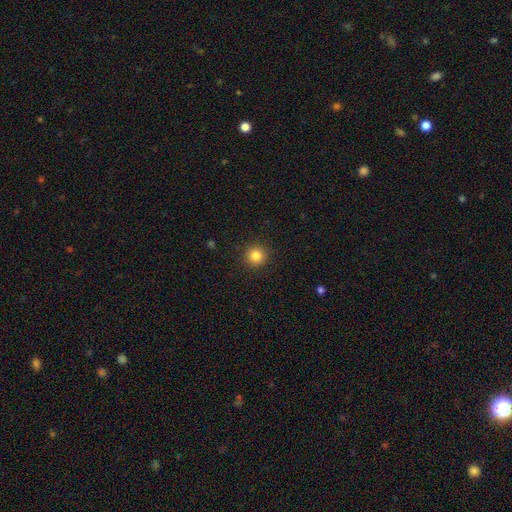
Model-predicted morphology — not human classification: A smooth galaxy with no disk features (84%) that is round (95%).

Vote fractions:
- Smooth or featured? smooth: 84% / star or artifact: 11% / featured or disk: 5%
- How rounded? round: 95% / in between: 4% / cigar-shaped: 1%
- Merging? none: 92% / minor disturbance: 5% / major disturbance: 2% / merger: 1%